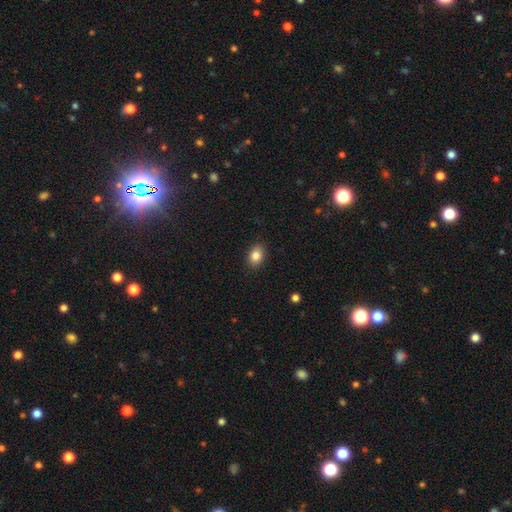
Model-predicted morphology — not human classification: This appears to be a smooth galaxy with no disk features (84%) that is in between round and cigar-shaped (75%). Merging: none (88%).